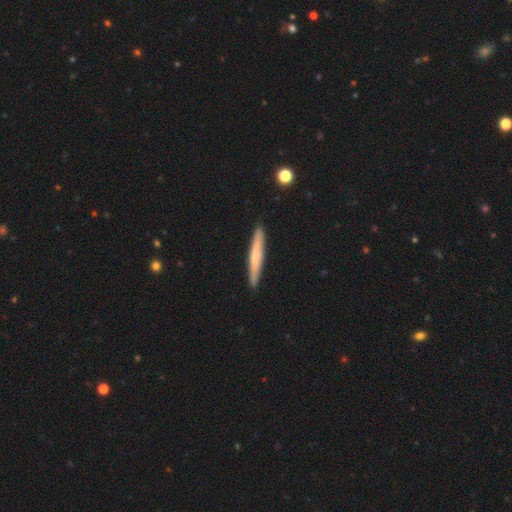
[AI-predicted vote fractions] Smooth or featured? smooth (55%)
How rounded? cigar-shaped (95%)
Merging? none (91%)